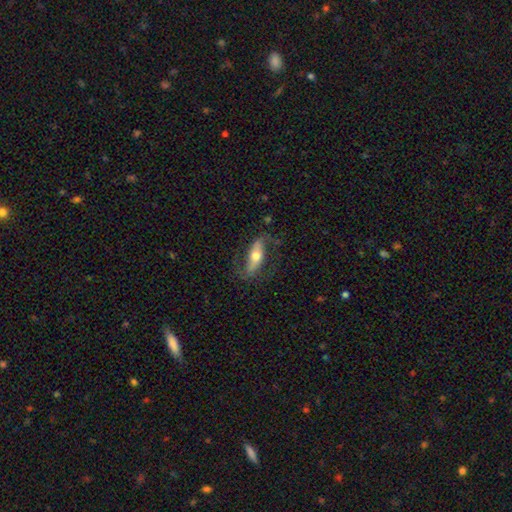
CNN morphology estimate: smooth-or-featured: featured or disk: 64% | smooth: 30% | star or artifact: 6%
  disk-edge-on: no: 77% | yes: 23%
  merging: none: 70% | minor disturbance: 17% | major disturbance: 11% | merger: 2%